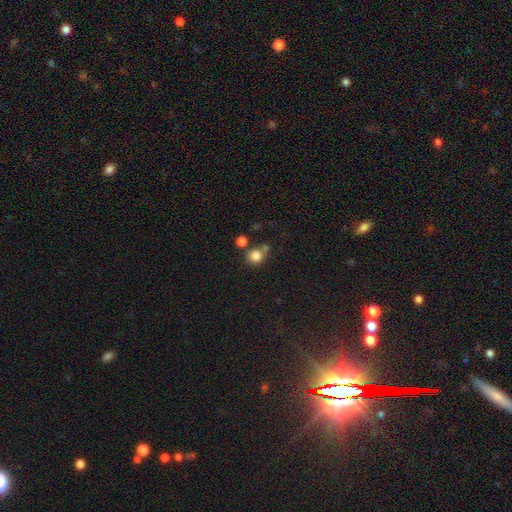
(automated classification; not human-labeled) Morphology: type=smooth (81%); roundness=round (89%); merging=none (62%).